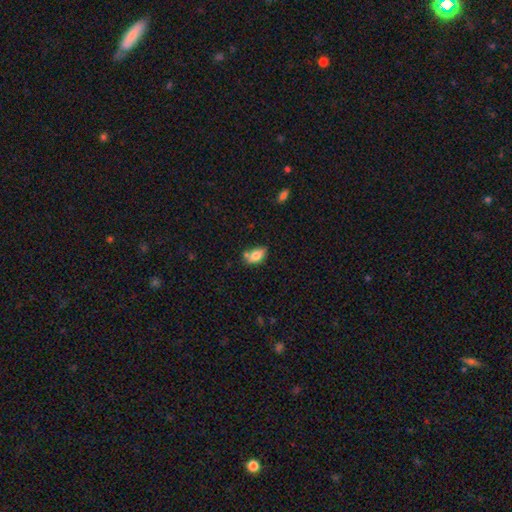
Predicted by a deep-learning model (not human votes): Smooth or featured: smooth — 77% (featured or disk — 15%)
How rounded: in between — 88% (round — 8%)
Merging: none — 53% (minor disturbance — 22%)